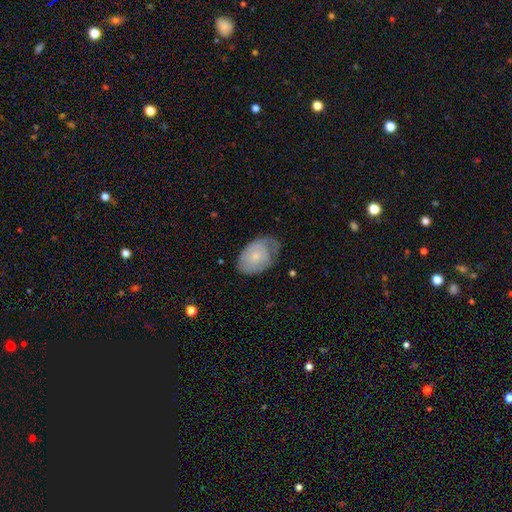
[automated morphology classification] Overall: smooth (57%; featured or disk 37%). How rounded: in between (84%). Merging: none (41%; minor disturbance 38%).